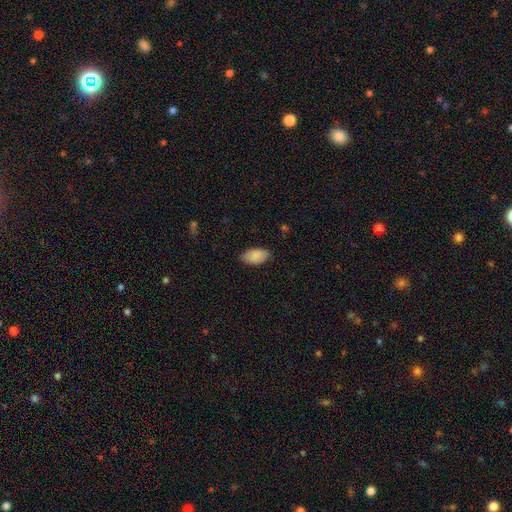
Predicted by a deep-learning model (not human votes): Morphology: type=smooth (89%); roundness=in between (95%); merging=none (82%).